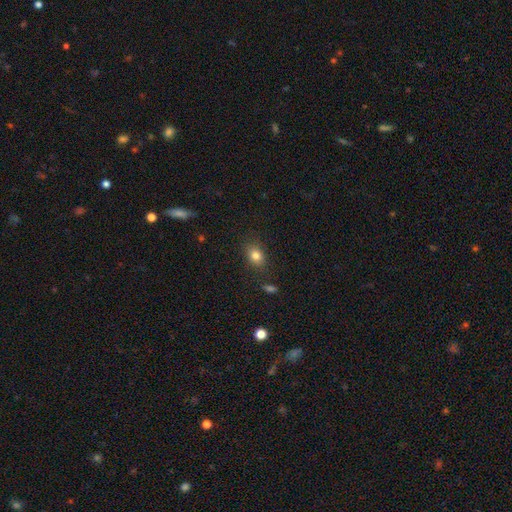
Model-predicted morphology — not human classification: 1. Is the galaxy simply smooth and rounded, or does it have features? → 81% smooth, 11% star or artifact, 8% featured or disk.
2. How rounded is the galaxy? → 65% in between, 34% round, 1% cigar-shaped.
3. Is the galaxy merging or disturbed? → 83% none, 12% minor disturbance, 3% major disturbance, 2% merger.